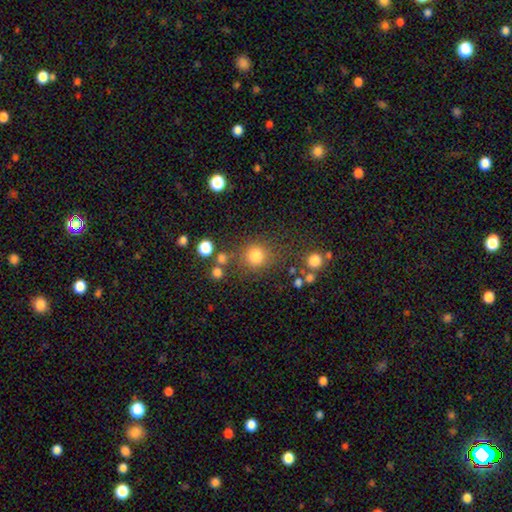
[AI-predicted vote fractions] This appears to be a smooth galaxy with no disk features (80%) that is round (87%). Merging: none (71%).